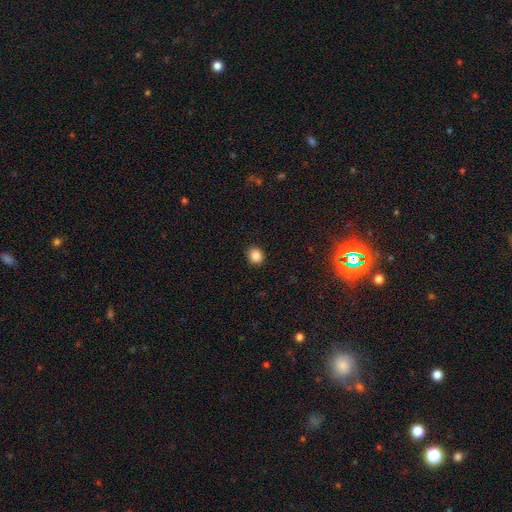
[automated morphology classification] Smooth or featured? smooth (86%)
How rounded? round (78%)
Merging? none (91%)